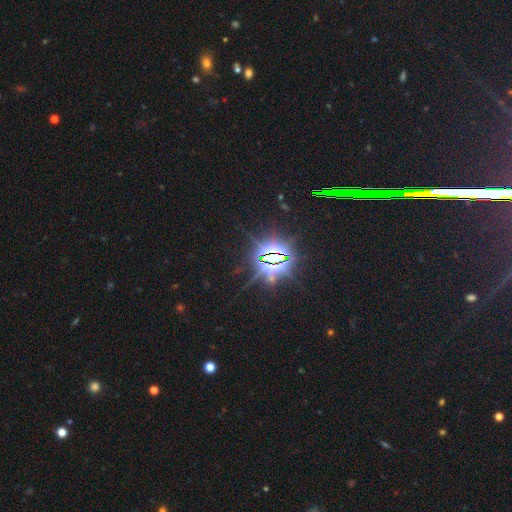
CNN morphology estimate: smooth-or-featured: star or artifact: 86% | featured or disk: 8% | smooth: 7%